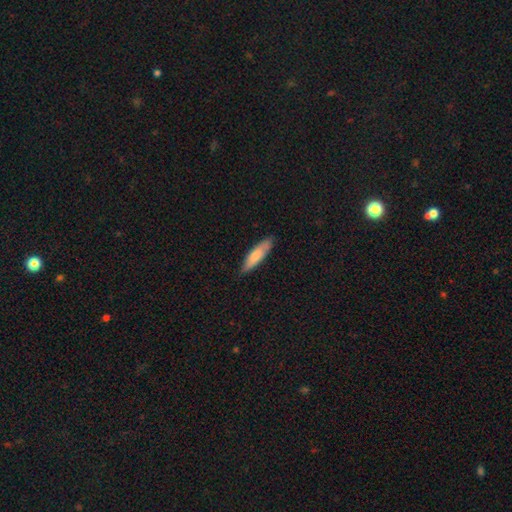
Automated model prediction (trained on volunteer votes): Smooth or featured?
  - smooth: 74% *
  - featured or disk: 21%
  - star or artifact: 5%
How rounded?
  - cigar-shaped: 67% *
  - in between: 32%
  - round: 1%
Merging?
  - none: 82% *
  - minor disturbance: 15%
  - major disturbance: 2%
  - merger: 1%